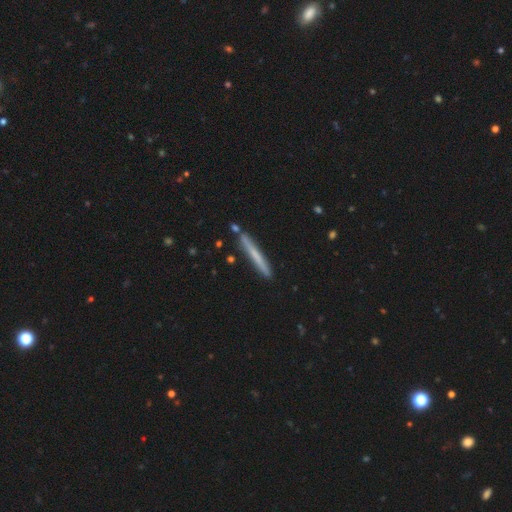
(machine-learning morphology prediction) Smooth or featured?
  - smooth: 59% *
  - featured or disk: 34%
  - star or artifact: 7%
How rounded?
  - cigar-shaped: 97% *
  - in between: 2%
  - round: 1%
Merging?
  - none: 87% *
  - minor disturbance: 9%
  - merger: 3%
  - major disturbance: 2%